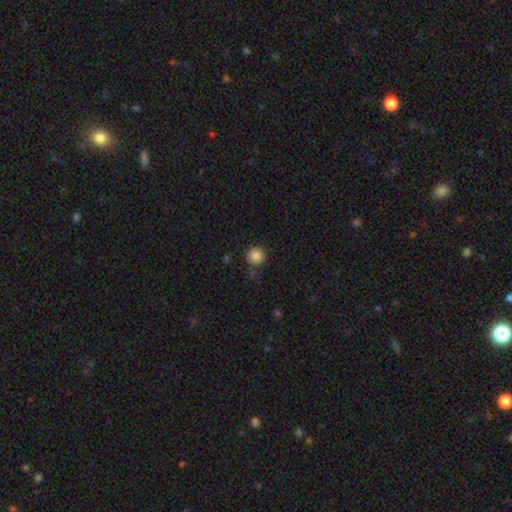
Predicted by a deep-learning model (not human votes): Overall: smooth (85%). How rounded: round (94%). Merging: none (84%).